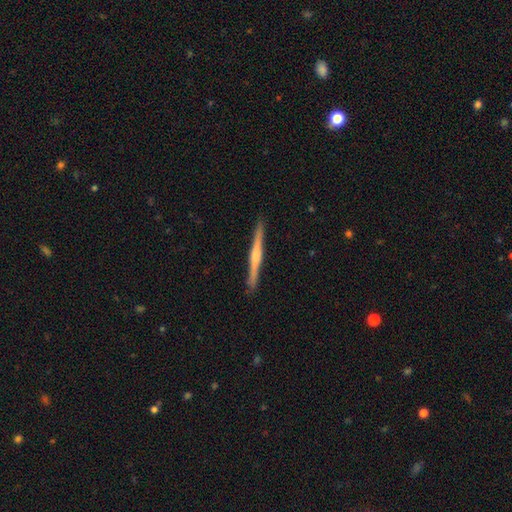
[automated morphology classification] Smooth or featured: featured or disk — 70% (smooth — 24%)
Edge-on disk: yes — 98% (no — 2%)
Edge-on bulge: rounded — 63% (none — 20%)
Merging: none — 92% (minor disturbance — 6%)